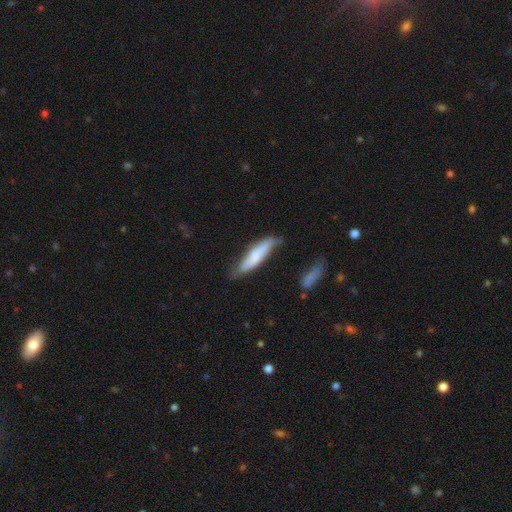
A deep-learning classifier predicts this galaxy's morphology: This is likely a smooth galaxy (62%). How rounded: likely cigar-shaped (77%). Merging: possibly none (58%).